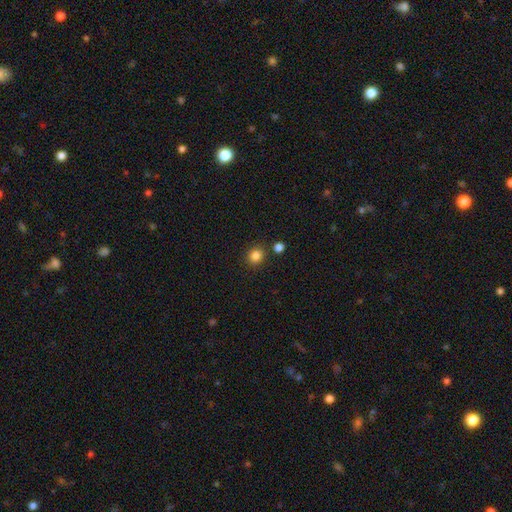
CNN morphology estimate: type=smooth (84%); roundness=round (85%); merging=none (85%).